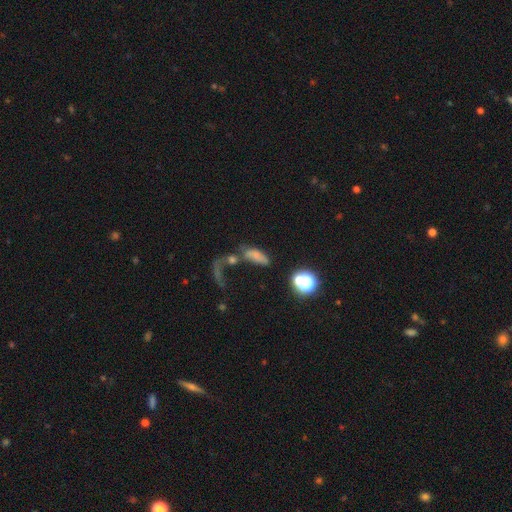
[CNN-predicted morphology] A smooth galaxy with no disk features (58%) that is in between round and cigar-shaped (72%).

Vote fractions:
- Smooth or featured? smooth: 58% / featured or disk: 22% / star or artifact: 19%
- How rounded? in between: 72% / cigar-shaped: 18% / round: 10%
- Merging? merger: 41% / none: 24% / major disturbance: 23% / minor disturbance: 12%